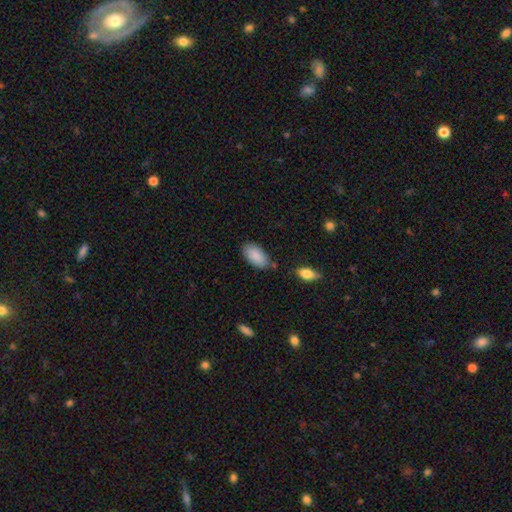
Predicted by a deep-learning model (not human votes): A smooth galaxy with no disk features (88%) that is in between round and cigar-shaped (95%).

Vote fractions:
- Smooth or featured? smooth: 88% / star or artifact: 6% / featured or disk: 6%
- How rounded? in between: 95% / round: 3% / cigar-shaped: 2%
- Merging? none: 76% / minor disturbance: 16% / merger: 5% / major disturbance: 3%